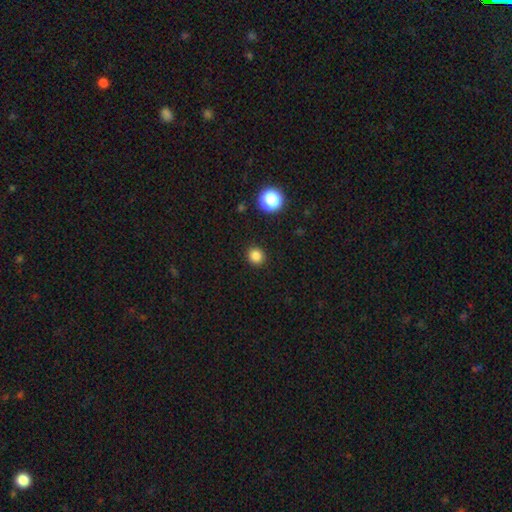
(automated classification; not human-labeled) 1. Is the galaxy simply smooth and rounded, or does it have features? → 84% smooth, 13% star or artifact, 3% featured or disk.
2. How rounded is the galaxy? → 85% round, 14% in between, 1% cigar-shaped.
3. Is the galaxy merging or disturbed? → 91% none, 6% minor disturbance, 2% major disturbance, 1% merger.